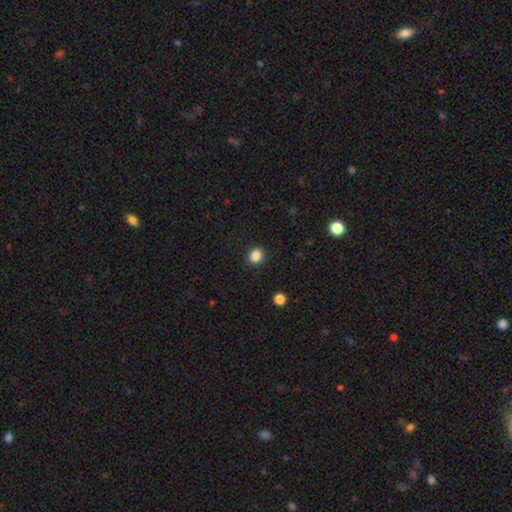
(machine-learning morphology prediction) Q: Smooth or featured?
A: smooth (86%); runner-up: star or artifact (11%)
Q: How rounded?
A: round (79%); runner-up: in between (20%)
Q: Merging?
A: none (91%); runner-up: minor disturbance (6%)